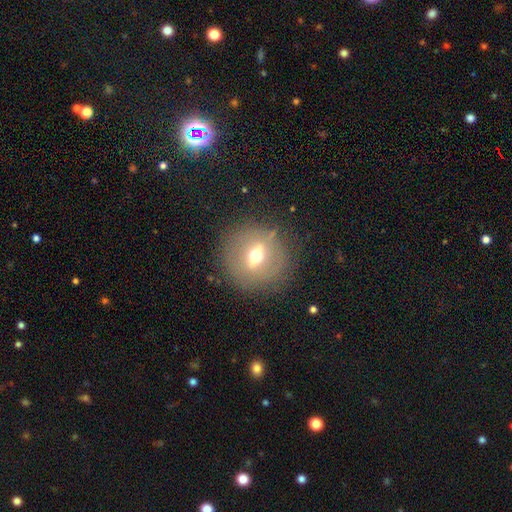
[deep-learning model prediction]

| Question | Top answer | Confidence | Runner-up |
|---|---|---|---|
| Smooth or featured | featured or disk | 50% | smooth (37%) |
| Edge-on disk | no | 71% | yes (29%) |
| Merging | none | 82% | minor disturbance (10%) |